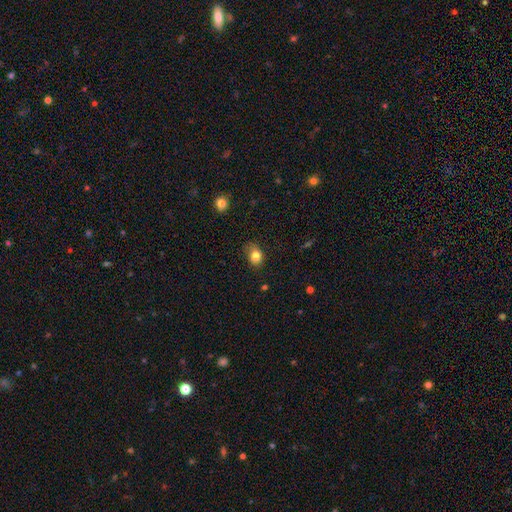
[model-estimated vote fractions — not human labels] Q: Smooth or featured?
A: smooth (81%); runner-up: star or artifact (11%)
Q: How rounded?
A: in between (62%); runner-up: round (37%)
Q: Merging?
A: none (68%); runner-up: minor disturbance (25%)